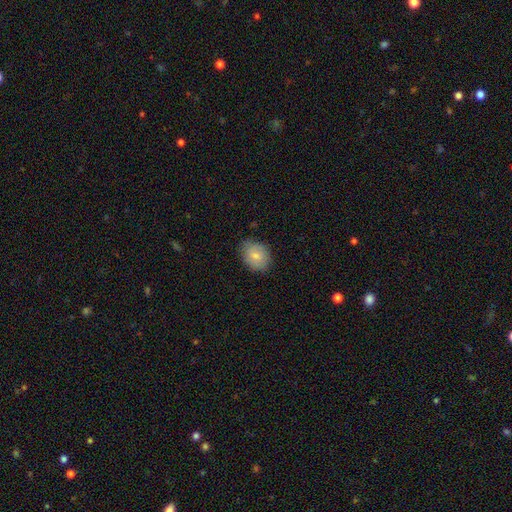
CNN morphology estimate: Q: Smooth or featured?
A: smooth (82%); runner-up: featured or disk (11%)
Q: How rounded?
A: in between (51%); runner-up: round (48%)
Q: Merging?
A: none (80%); runner-up: minor disturbance (16%)